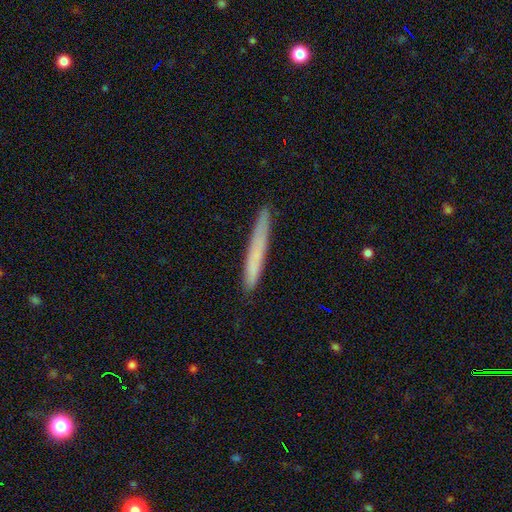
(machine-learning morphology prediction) This appears to be a smooth galaxy with no disk features (66%) that is cigar-shaped (97%). Merging: none (89%).